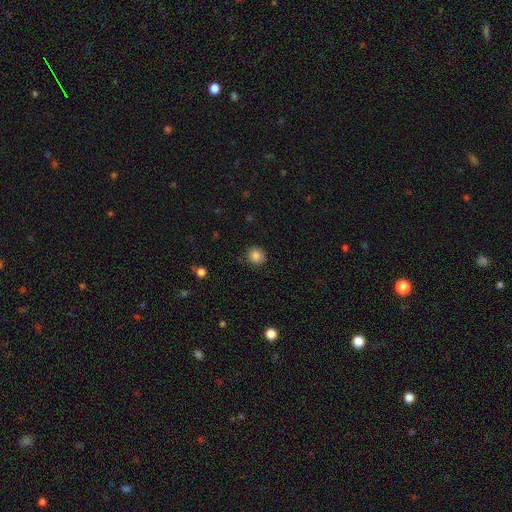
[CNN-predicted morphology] Smooth or featured? Predicted: smooth (p=0.84). How rounded? Predicted: round (p=0.86). Merging? Predicted: none (p=0.87).